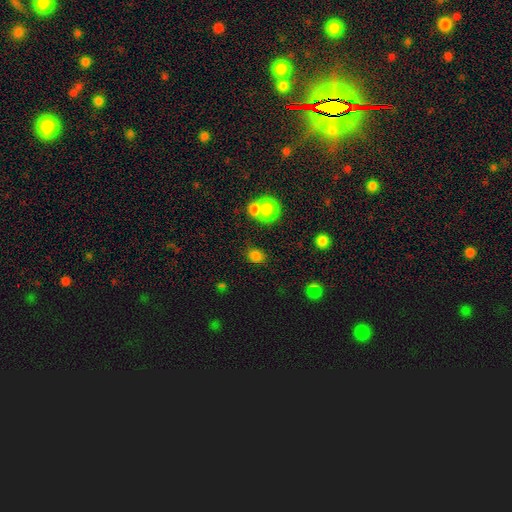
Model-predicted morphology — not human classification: The model was most divided on "how rounded": round: 57%, in between: 42%, cigar-shaped: 1%. More confident: smooth or featured — smooth (80%); merging — none (72%).